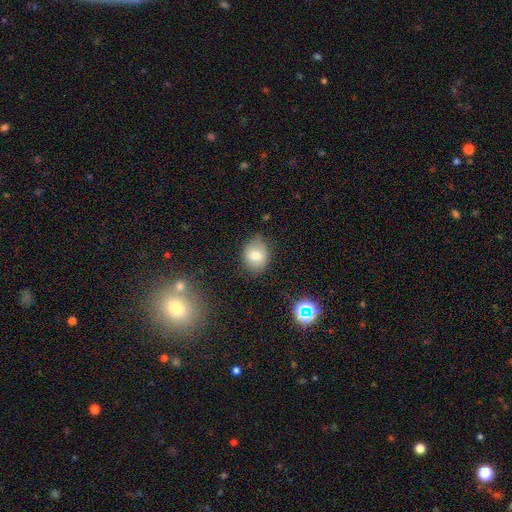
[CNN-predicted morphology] A smooth galaxy with no disk features (74%) that is round (57%). Merging: none (74%).